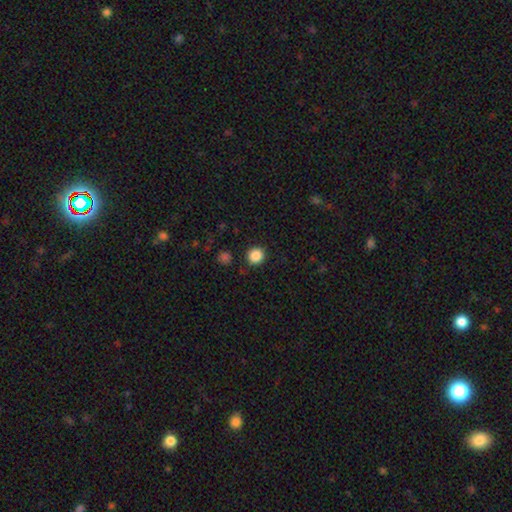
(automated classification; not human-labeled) Morphology: type=smooth (87%); roundness=round (93%); merging=none (90%).